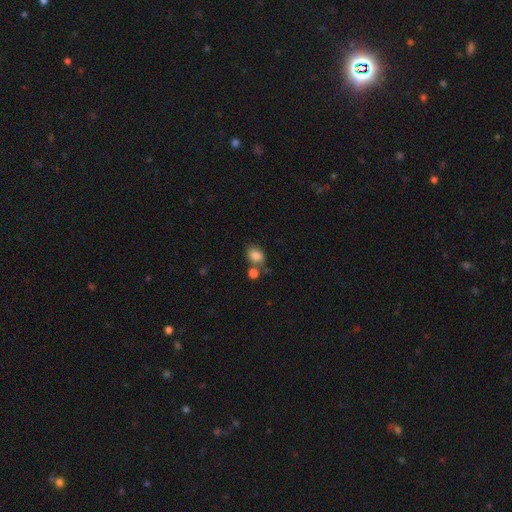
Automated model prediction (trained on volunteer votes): Smooth or featured? Predicted: smooth (p=0.85). How rounded? Predicted: in between (p=0.71). Merging? Predicted: none (p=0.59).